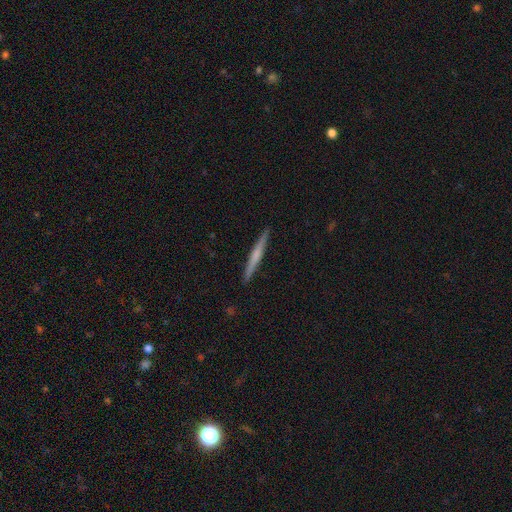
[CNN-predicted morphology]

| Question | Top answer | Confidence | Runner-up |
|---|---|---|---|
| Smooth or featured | featured or disk | 51% | smooth (43%) |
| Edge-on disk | yes | 98% | no (2%) |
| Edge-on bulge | none | 50% | rounded (41%) |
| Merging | none | 92% | minor disturbance (5%) |